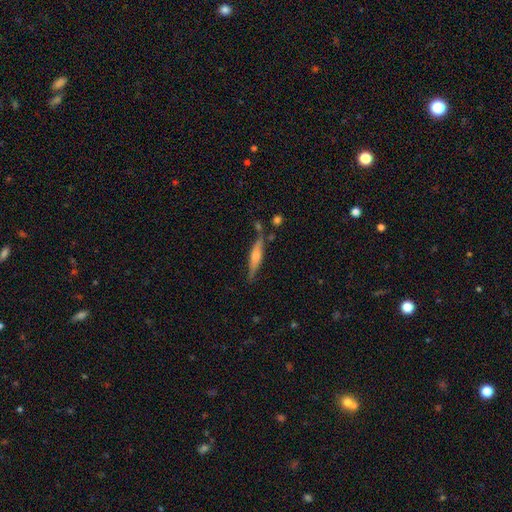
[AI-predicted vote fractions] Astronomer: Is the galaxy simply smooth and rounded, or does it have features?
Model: featured or disk — 50% (runner-up: smooth, 43%).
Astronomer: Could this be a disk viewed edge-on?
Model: yes — 94%.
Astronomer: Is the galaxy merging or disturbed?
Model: none — 71%.